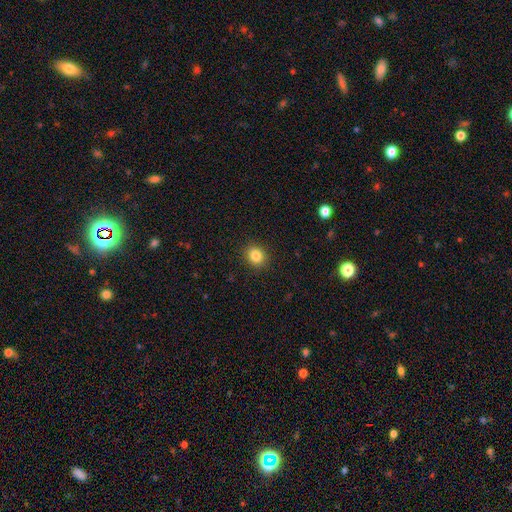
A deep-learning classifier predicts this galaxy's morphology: Smooth or featured?
  - smooth: 84% *
  - star or artifact: 11%
  - featured or disk: 5%
How rounded?
  - round: 72% *
  - in between: 27%
  - cigar-shaped: 1%
Merging?
  - none: 91% *
  - minor disturbance: 6%
  - major disturbance: 2%
  - merger: 1%